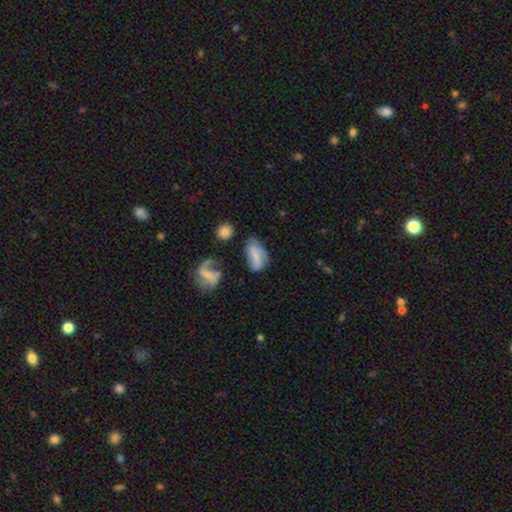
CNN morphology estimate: Overall: smooth (48%; featured or disk 42%). Merging: none (45%; minor disturbance 28%).